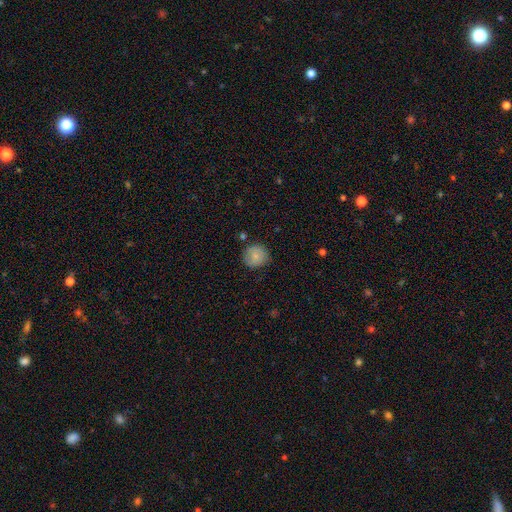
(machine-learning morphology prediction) Overall: smooth (80%). How rounded: round (91%). Merging: none (81%).